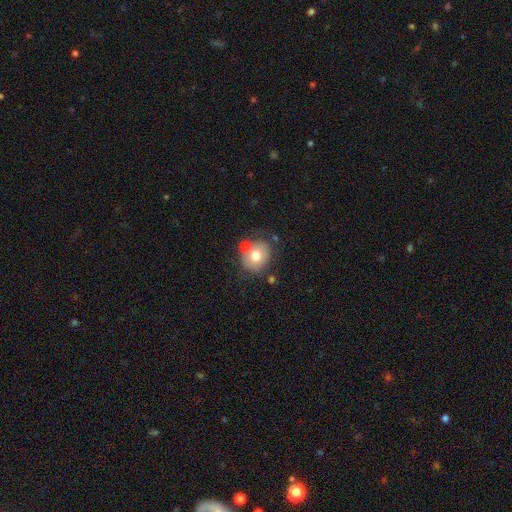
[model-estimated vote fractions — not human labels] smooth-or-featured: smooth: 70% | featured or disk: 22% | star or artifact: 9%
  how-rounded: round: 74% | in between: 25% | cigar-shaped: 1%
  merging: none: 60% | merger: 19% | minor disturbance: 16% | major disturbance: 5%